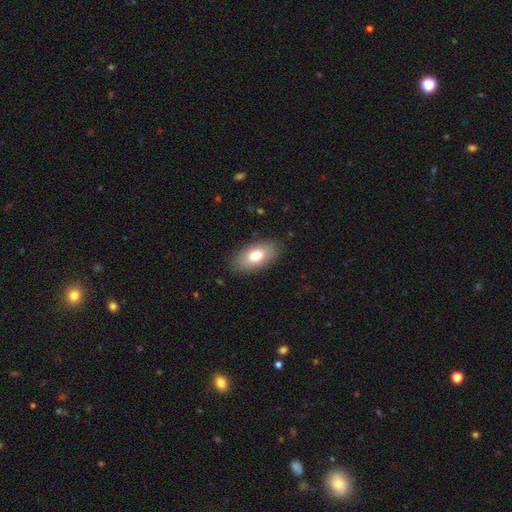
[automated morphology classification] Smooth or featured?
  - smooth: 76% *
  - featured or disk: 18%
  - star or artifact: 7%
How rounded?
  - in between: 93% *
  - cigar-shaped: 4%
  - round: 4%
Merging?
  - none: 86% *
  - minor disturbance: 10%
  - major disturbance: 3%
  - merger: 1%